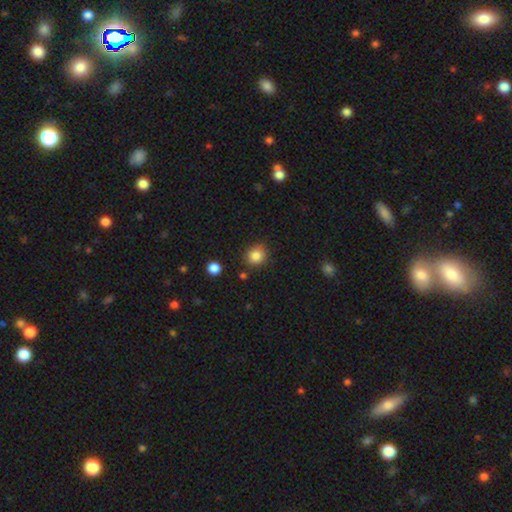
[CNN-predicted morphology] smooth_or_featured: smooth (p=0.85) [alt: star or artifact p=0.10]
how_rounded: round (p=0.84) [alt: in between p=0.15]
merging: none (p=0.84) [alt: minor disturbance p=0.10]